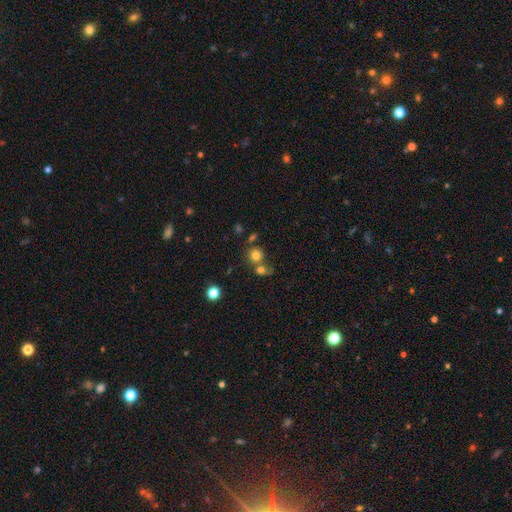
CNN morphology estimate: smooth_or_featured: smooth (p=0.76) [alt: star or artifact p=0.14]
how_rounded: round (p=0.87) [alt: in between p=0.12]
merging: none (p=0.54) [alt: merger p=0.33]